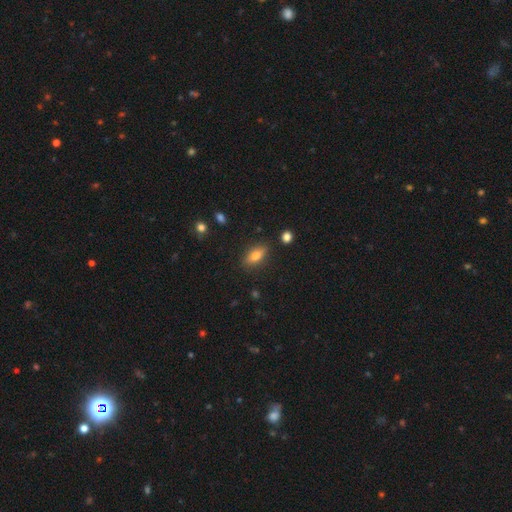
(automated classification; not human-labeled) Overall: smooth (77%). How rounded: in between (84%). Merging: none (85%).